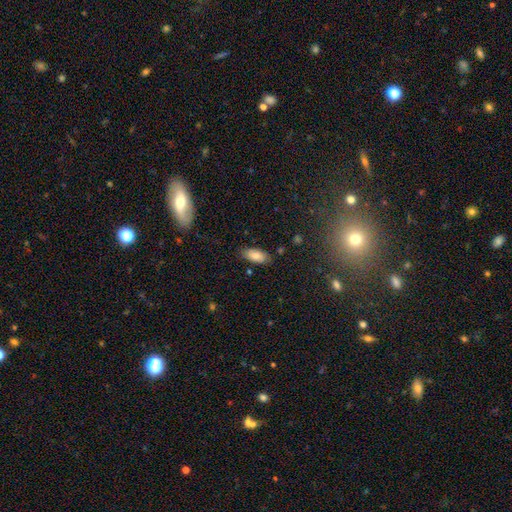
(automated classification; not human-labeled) This is clearly a smooth galaxy (81%). How rounded: clearly in between (90%). Merging: clearly none (82%).